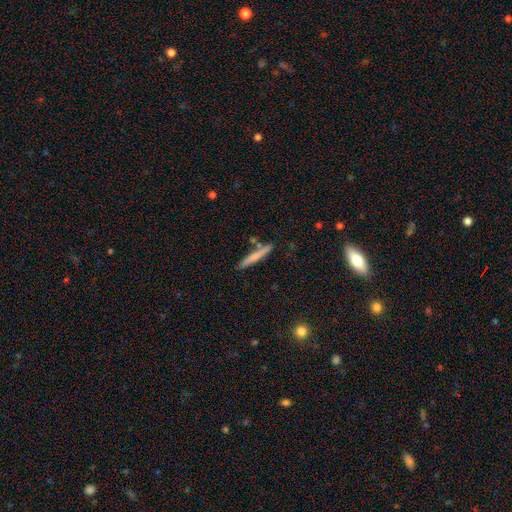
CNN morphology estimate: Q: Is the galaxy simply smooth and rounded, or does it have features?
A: smooth — 66%.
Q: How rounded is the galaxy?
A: cigar-shaped — 96%.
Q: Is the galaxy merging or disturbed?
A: none — 82%.